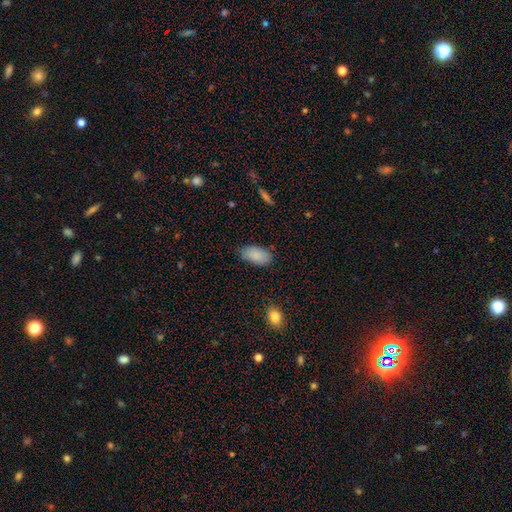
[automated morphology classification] Overall: smooth (88%). How rounded: in between (94%). Merging: none (79%).